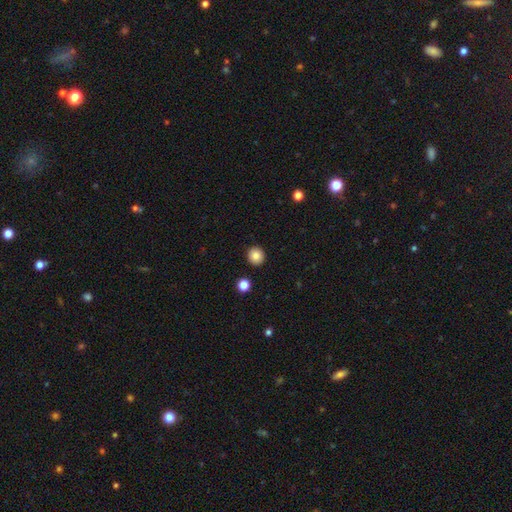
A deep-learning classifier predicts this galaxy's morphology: A smooth galaxy with no disk features (85%) that is round (89%).

Vote fractions:
- Smooth or featured? smooth: 85% / star or artifact: 10% / featured or disk: 5%
- How rounded? round: 89% / in between: 10% / cigar-shaped: 1%
- Merging? none: 92% / minor disturbance: 5% / major disturbance: 2% / merger: 2%